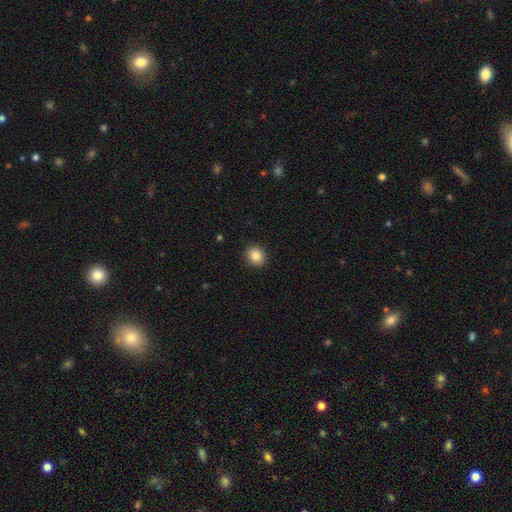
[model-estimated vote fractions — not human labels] Smooth or featured? Predicted: smooth (p=0.85). How rounded? Predicted: round (p=0.77). Merging? Predicted: none (p=0.91).